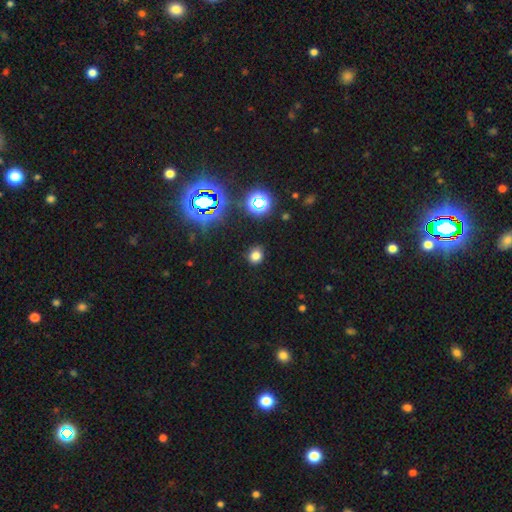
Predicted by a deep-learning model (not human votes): A smooth galaxy with no disk features (73%) that is round (75%). Merging: none (86%).